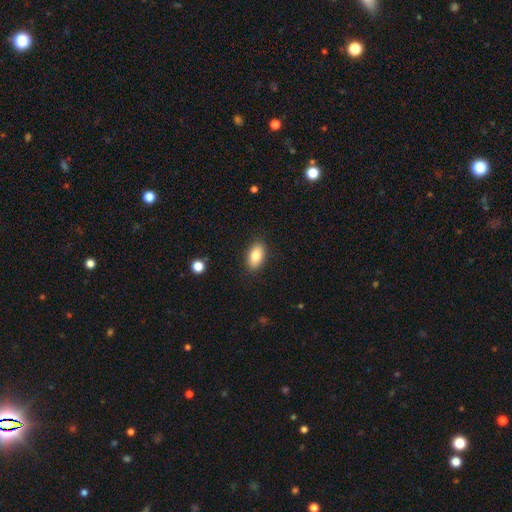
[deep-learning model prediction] Smooth or featured?
  - smooth: 83% *
  - featured or disk: 10%
  - star or artifact: 7%
How rounded?
  - in between: 91% *
  - round: 5%
  - cigar-shaped: 4%
Merging?
  - none: 88% *
  - minor disturbance: 9%
  - major disturbance: 2%
  - merger: 1%